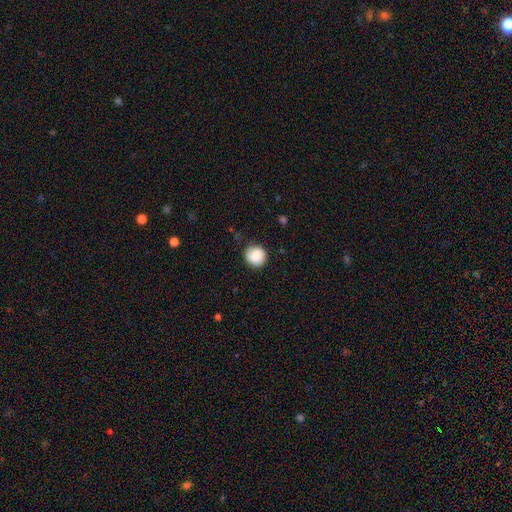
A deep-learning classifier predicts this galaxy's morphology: Q: Smooth or featured?
A: smooth (87%); runner-up: star or artifact (8%)
Q: How rounded?
A: round (91%); runner-up: in between (8%)
Q: Merging?
A: none (85%); runner-up: minor disturbance (11%)